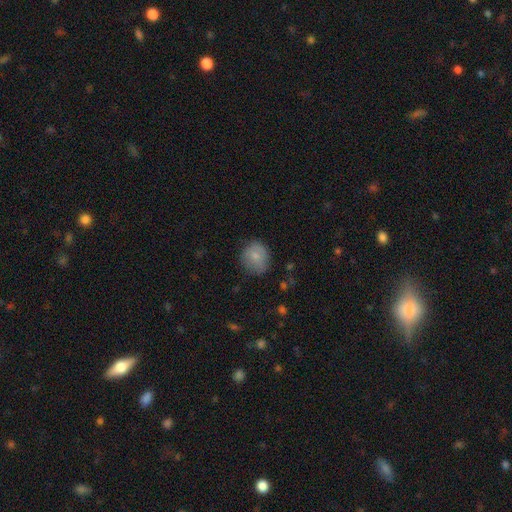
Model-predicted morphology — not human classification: type=smooth (80%); roundness=round (78%); merging=none (71%).